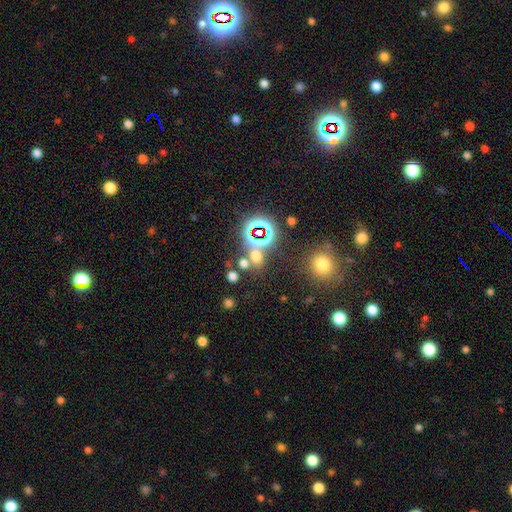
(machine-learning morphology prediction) This appears to be a smooth galaxy with no disk features (48%). Merging: none (66%).